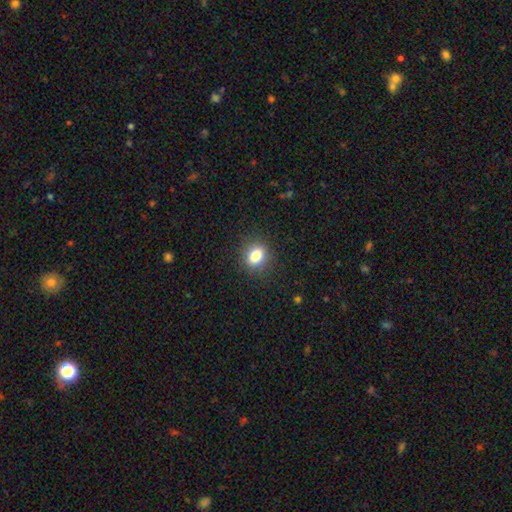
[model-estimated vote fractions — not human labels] The model was most divided on "how rounded": round: 50%, in between: 49%, cigar-shaped: 1%. More confident: merging — none (88%); smooth or featured — smooth (81%).